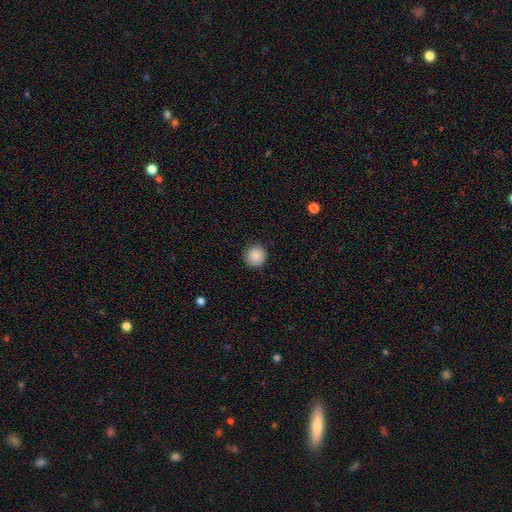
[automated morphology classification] smooth-or-featured: smooth: 88% | star or artifact: 8% | featured or disk: 4%
  how-rounded: round: 93% | in between: 6% | cigar-shaped: 1%
  merging: none: 89% | minor disturbance: 7% | major disturbance: 2% | merger: 1%